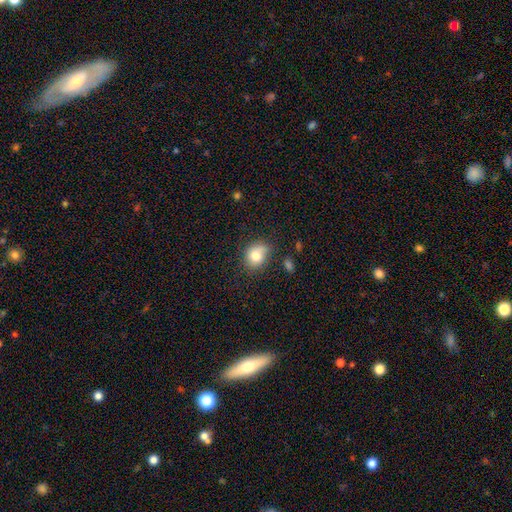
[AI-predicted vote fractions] This is likely a smooth galaxy (78%). How rounded: likely round (60%). Merging: possibly none (57%).